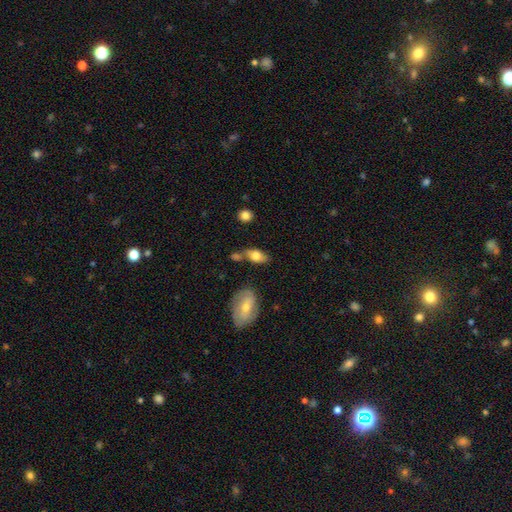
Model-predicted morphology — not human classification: This is likely a smooth galaxy (73%). How rounded: clearly in between (85%). Merging: possibly none (58%).